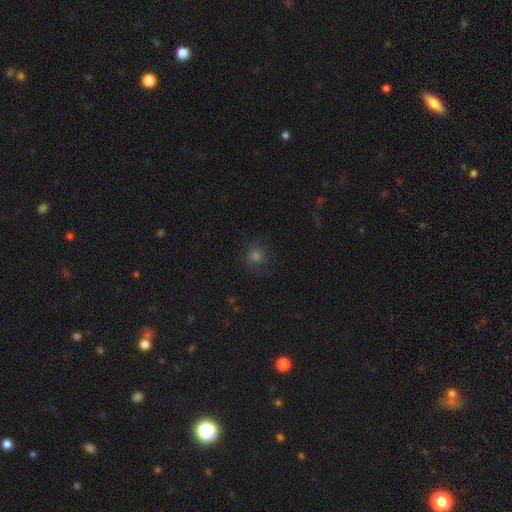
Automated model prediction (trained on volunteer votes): A smooth galaxy with no disk features (64%) that is round (88%). Merging: none (78%).